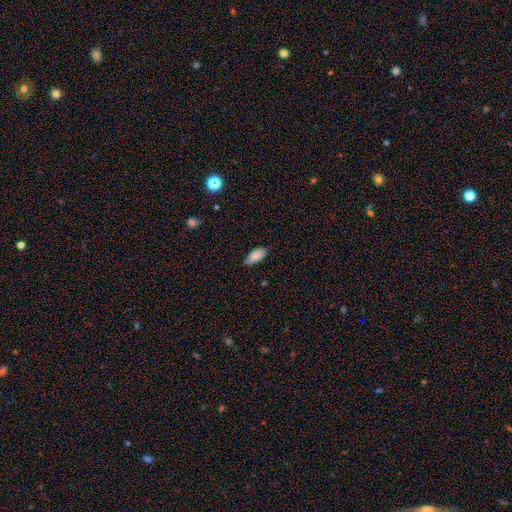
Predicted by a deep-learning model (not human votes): A smooth galaxy with no disk features (82%) that is in between round and cigar-shaped (92%).

Vote fractions:
- Smooth or featured? smooth: 82% / featured or disk: 11% / star or artifact: 7%
- How rounded? in between: 92% / cigar-shaped: 5% / round: 2%
- Merging? none: 69% / minor disturbance: 26% / major disturbance: 4% / merger: 1%